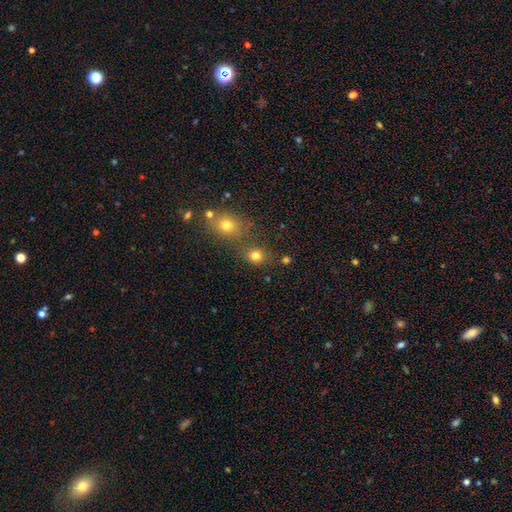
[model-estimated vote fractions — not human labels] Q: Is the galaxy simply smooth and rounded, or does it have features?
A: smooth — 78%.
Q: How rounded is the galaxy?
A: round — 75%.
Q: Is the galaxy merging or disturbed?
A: none — 66%.